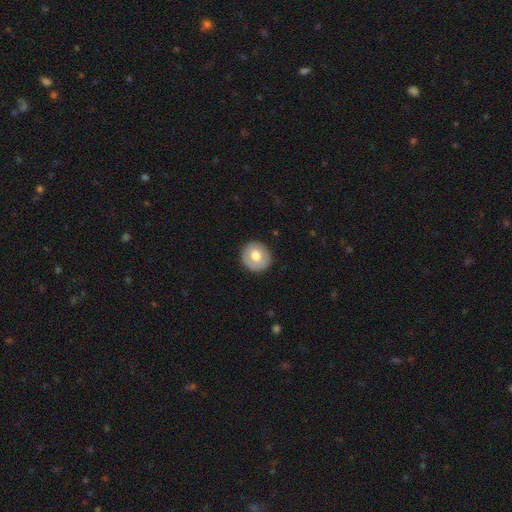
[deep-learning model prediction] Smooth or featured? Predicted: smooth (p=0.68). How rounded? Predicted: round (p=0.91). Merging? Predicted: none (p=0.88).